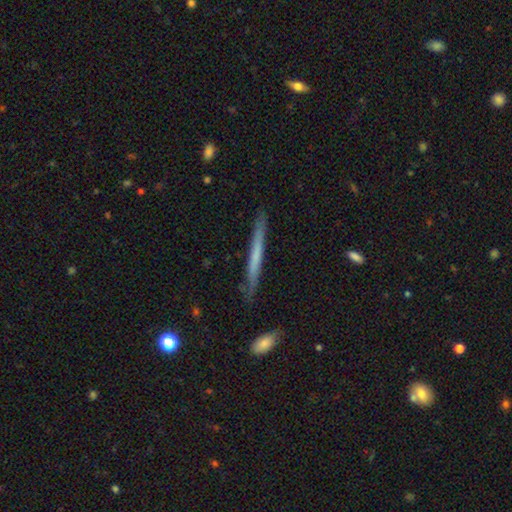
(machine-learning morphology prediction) Smooth or featured? smooth (49%)
Merging? none (86%)